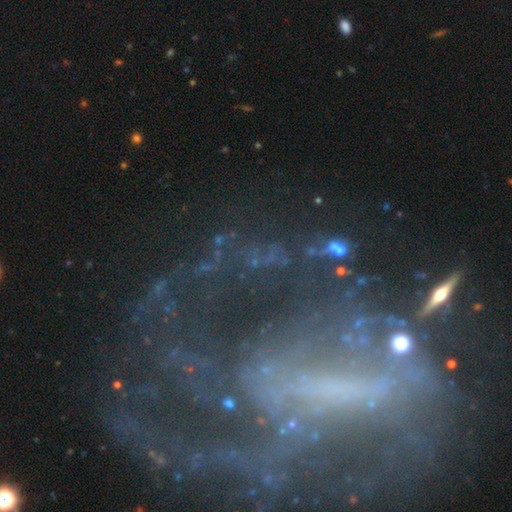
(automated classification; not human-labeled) Q: Smooth or featured?
A: featured or disk (61%); runner-up: star or artifact (26%)
Q: Edge-on disk?
A: no (88%); runner-up: yes (12%)
Q: Bar?
A: no (41%); runner-up: strong (31%)
Q: Spiral arms?
A: yes (73%); runner-up: no (27%)
Q: Bulge size?
A: small (40%); runner-up: none (27%)
Q: Merging?
A: none (57%); runner-up: major disturbance (22%)